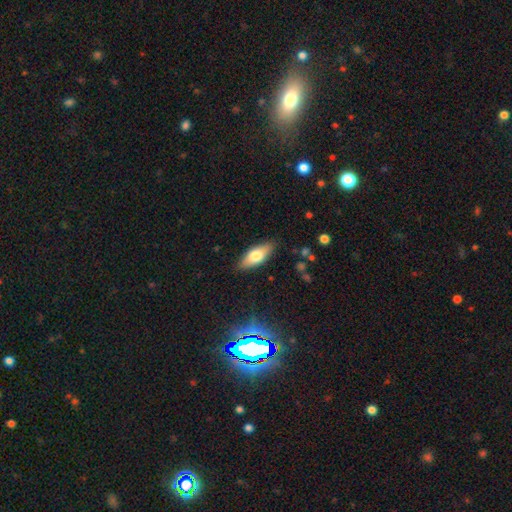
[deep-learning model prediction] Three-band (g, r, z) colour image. It shows a smooth galaxy with no disk features (67%) that is in between round and cigar-shaped (75%). Merging: none (86%).